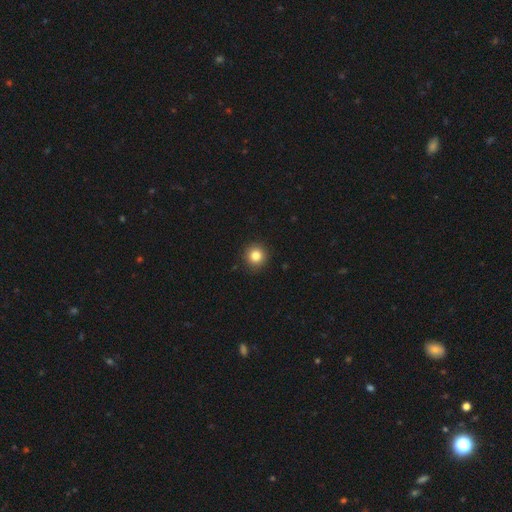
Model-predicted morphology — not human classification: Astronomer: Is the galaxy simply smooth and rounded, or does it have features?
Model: smooth — 83%.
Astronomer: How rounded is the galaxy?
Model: round — 94%.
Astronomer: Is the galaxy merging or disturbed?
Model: none — 91%.